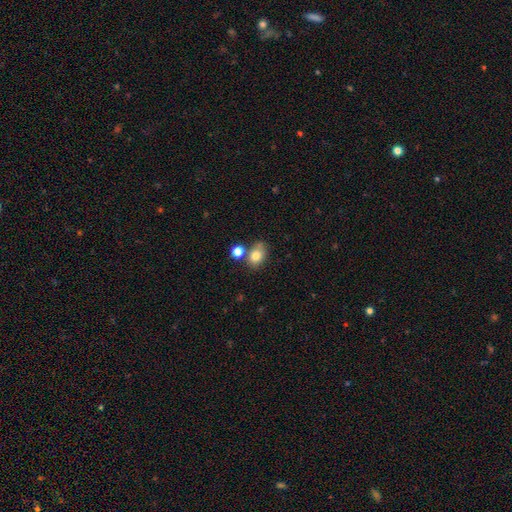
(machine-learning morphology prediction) The model was most divided on "how rounded": in between: 65%, round: 34%, cigar-shaped: 1%. More confident: smooth or featured — smooth (79%); merging — none (58%).